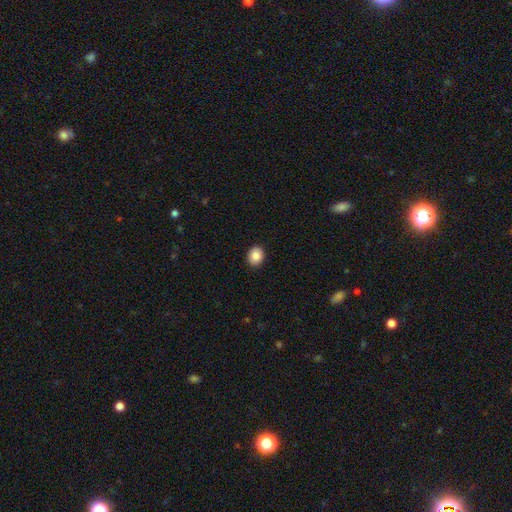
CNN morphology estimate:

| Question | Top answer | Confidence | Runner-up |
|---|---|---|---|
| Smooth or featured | smooth | 86% | star or artifact (8%) |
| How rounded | round | 55% | in between (44%) |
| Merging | none | 92% | minor disturbance (6%) |